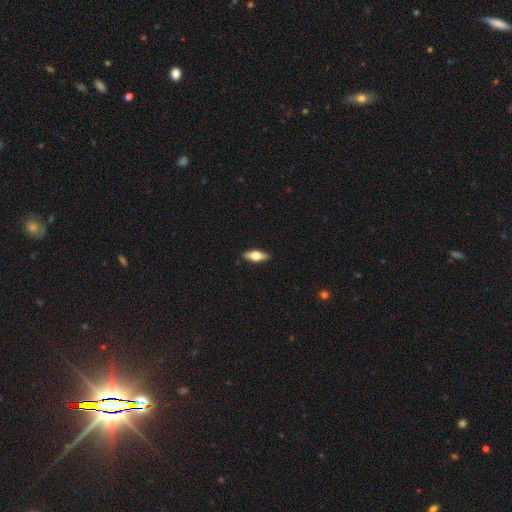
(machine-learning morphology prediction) smooth-or-featured: smooth: 56% | featured or disk: 38% | star or artifact: 6%
  how-rounded: in between: 67% | cigar-shaped: 30% | round: 3%
  merging: none: 89% | minor disturbance: 8% | major disturbance: 2% | merger: 1%